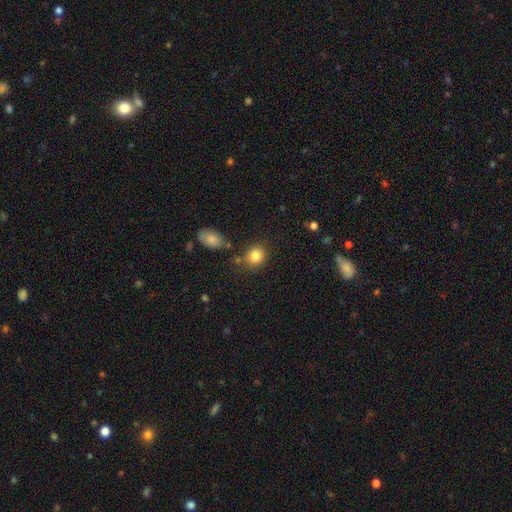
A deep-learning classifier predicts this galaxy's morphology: This is clearly a smooth galaxy (84%). How rounded: likely round (75%). Merging: likely none (79%).